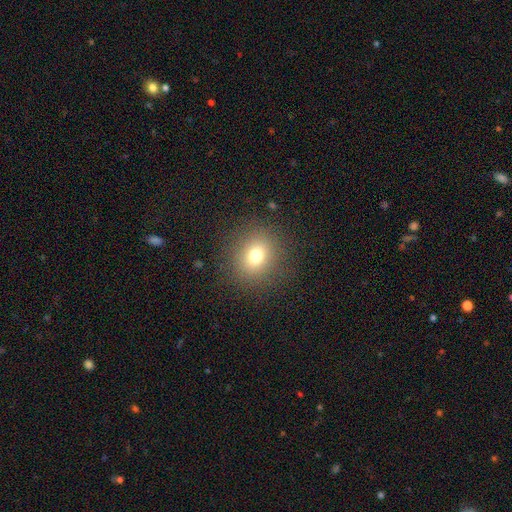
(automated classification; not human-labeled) Smooth or featured: smooth — 74% (star or artifact — 15%)
How rounded: round — 78% (in between — 21%)
Merging: none — 87% (minor disturbance — 8%)